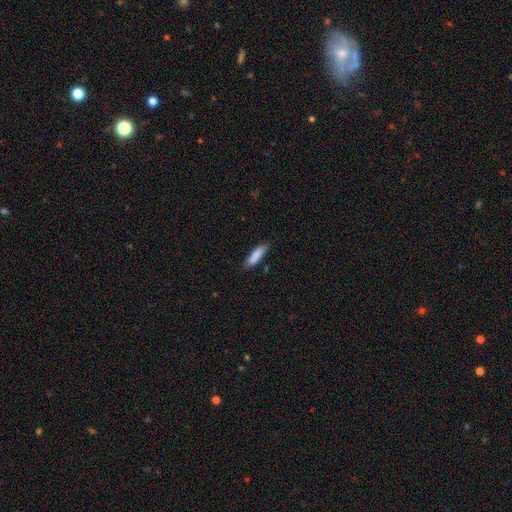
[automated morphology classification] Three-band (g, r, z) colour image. It shows a smooth galaxy with no disk features (85%) that is cigar-shaped (68%). Merging: none (81%).